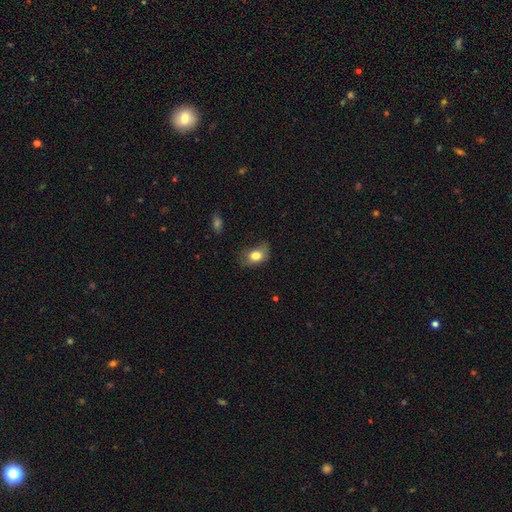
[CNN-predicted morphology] Overall: smooth (77%). How rounded: in between (77%). Merging: none (51%; minor disturbance 34%).